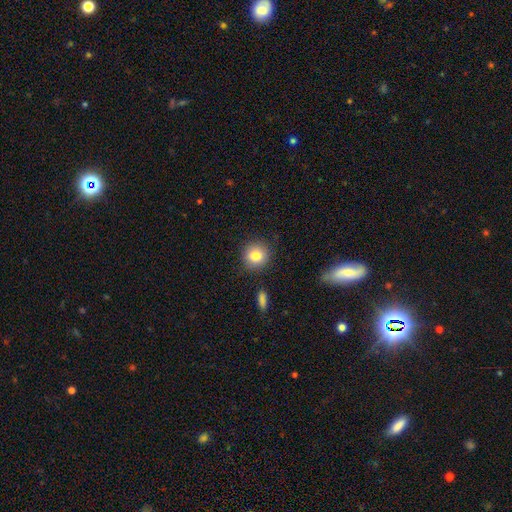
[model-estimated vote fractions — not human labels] smooth-or-featured: smooth: 82% | star or artifact: 10% | featured or disk: 8%
  how-rounded: round: 89% | in between: 10% | cigar-shaped: 1%
  merging: none: 88% | minor disturbance: 8% | major disturbance: 2% | merger: 2%